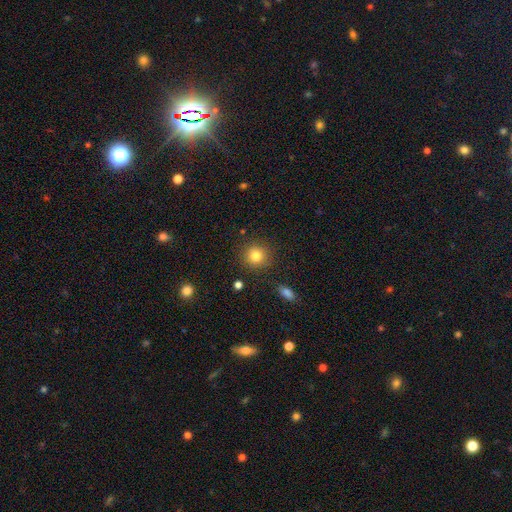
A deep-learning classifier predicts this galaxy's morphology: This is clearly a smooth galaxy (82%). How rounded: clearly round (91%). Merging: clearly none (89%).